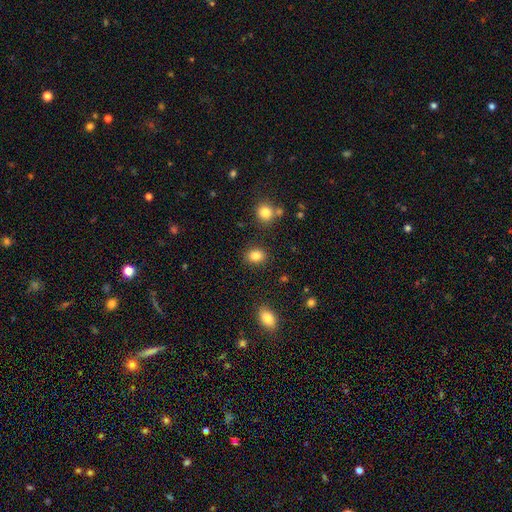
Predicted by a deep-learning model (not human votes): A smooth galaxy with no disk features (84%) that is in between round and cigar-shaped (51%).

Vote fractions:
- Smooth or featured? smooth: 84% / star or artifact: 10% / featured or disk: 5%
- How rounded? in between: 51% / round: 48% / cigar-shaped: 1%
- Merging? none: 86% / minor disturbance: 9% / merger: 3% / major disturbance: 3%